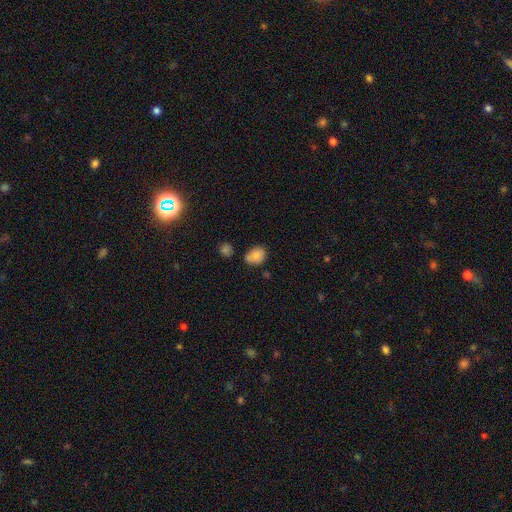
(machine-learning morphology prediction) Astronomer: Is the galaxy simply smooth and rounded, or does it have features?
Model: smooth — 81%.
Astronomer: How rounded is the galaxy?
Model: in between — 59% (runner-up: round, 40%).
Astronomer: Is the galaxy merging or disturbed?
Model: none — 61%.